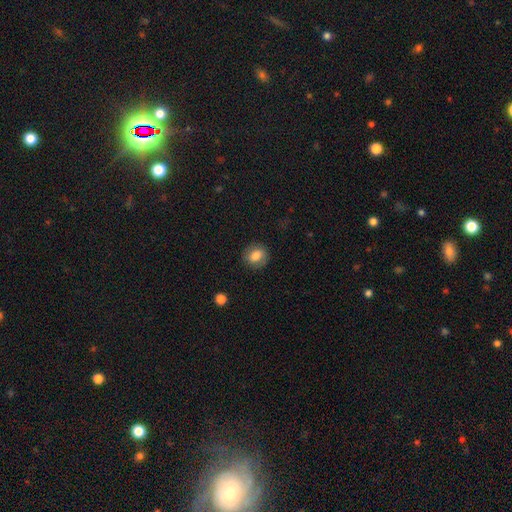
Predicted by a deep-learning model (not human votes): smooth-or-featured: smooth: 79% | featured or disk: 13% | star or artifact: 8%
  how-rounded: round: 66% | in between: 32% | cigar-shaped: 1%
  merging: none: 85% | minor disturbance: 11% | major disturbance: 4% | merger: 1%